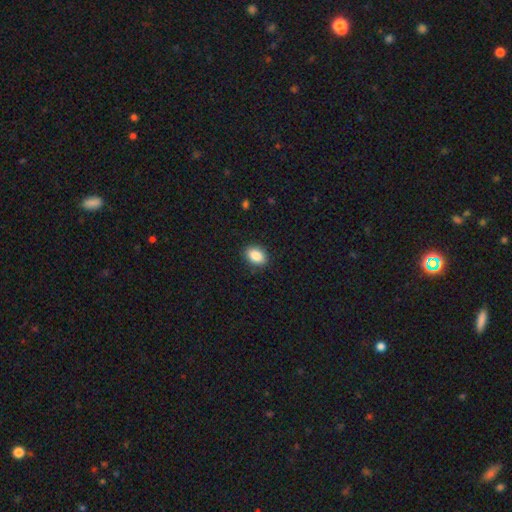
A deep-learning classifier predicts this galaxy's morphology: Q: Smooth or featured?
A: smooth (88%); runner-up: star or artifact (8%)
Q: How rounded?
A: in between (80%); runner-up: round (18%)
Q: Merging?
A: none (89%); runner-up: minor disturbance (8%)